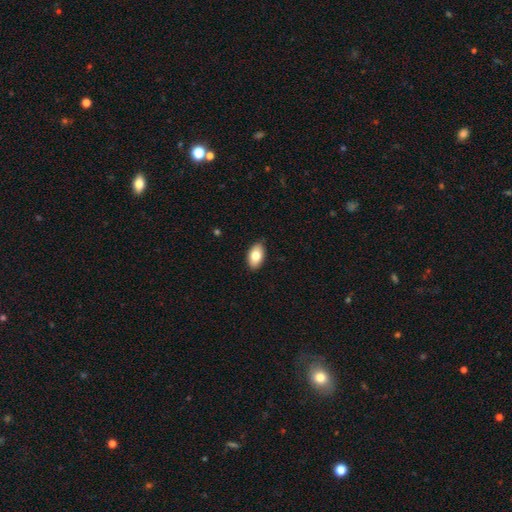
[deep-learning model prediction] Smooth or featured: smooth — 79% (featured or disk — 14%)
How rounded: in between — 93% (round — 6%)
Merging: none — 88% (minor disturbance — 9%)